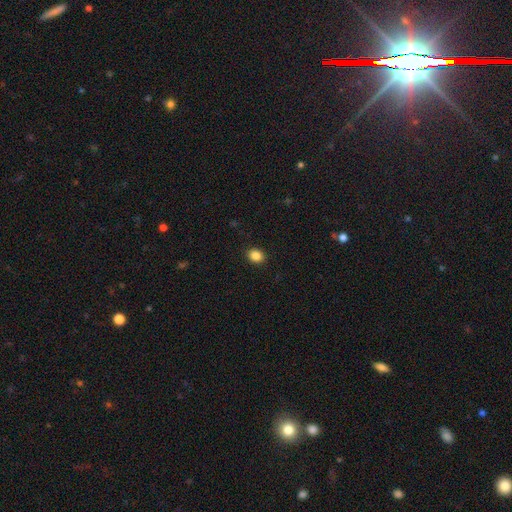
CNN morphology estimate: This appears to be a smooth galaxy with no disk features (86%) that is round (55%). Merging: none (91%).